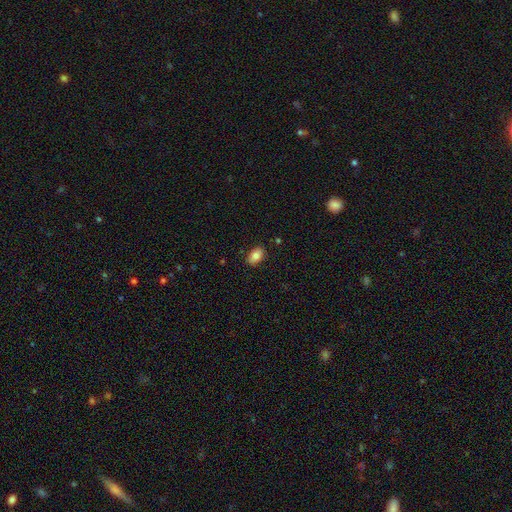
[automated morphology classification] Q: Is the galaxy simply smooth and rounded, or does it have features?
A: smooth — 84%.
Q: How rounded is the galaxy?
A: in between — 87%.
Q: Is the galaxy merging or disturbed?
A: none — 86%.